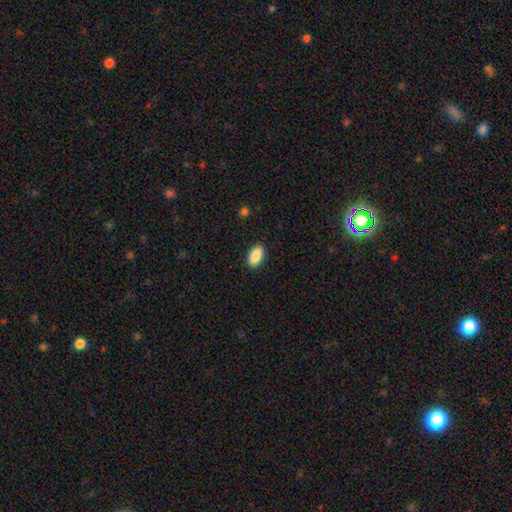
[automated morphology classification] Smooth or featured? smooth (89%)
How rounded? in between (94%)
Merging? none (90%)